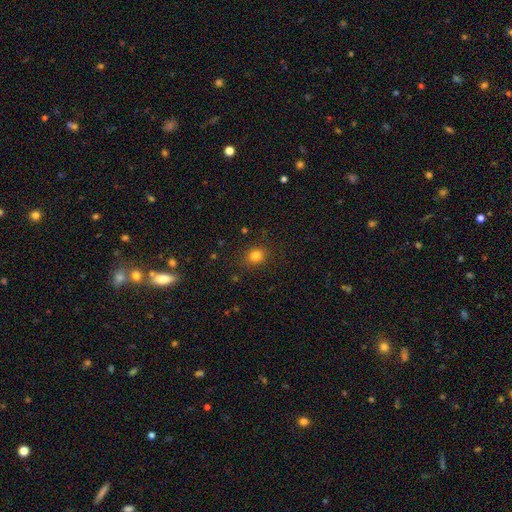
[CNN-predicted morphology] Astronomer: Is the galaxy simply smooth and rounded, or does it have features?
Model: smooth — 82%.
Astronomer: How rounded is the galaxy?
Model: round — 73%.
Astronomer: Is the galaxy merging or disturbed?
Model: none — 87%.